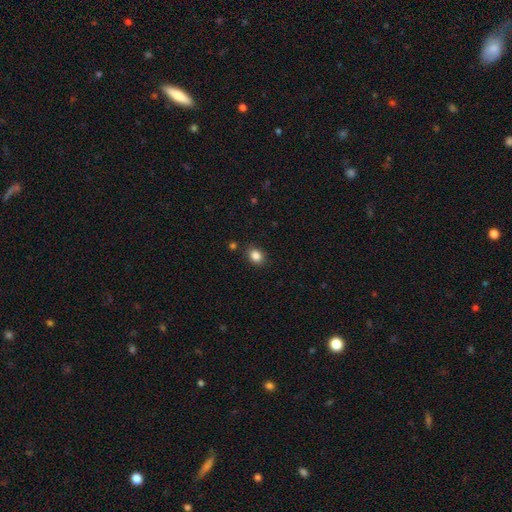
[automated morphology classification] Q: Smooth or featured?
A: smooth (85%); runner-up: star or artifact (10%)
Q: How rounded?
A: in between (58%); runner-up: round (41%)
Q: Merging?
A: none (85%); runner-up: minor disturbance (10%)